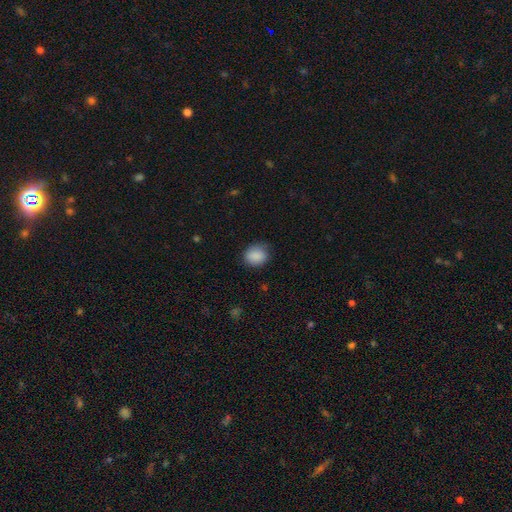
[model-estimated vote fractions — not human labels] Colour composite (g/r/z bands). It shows a smooth galaxy with no disk features (88%) that is round (62%). Merging: none (78%).